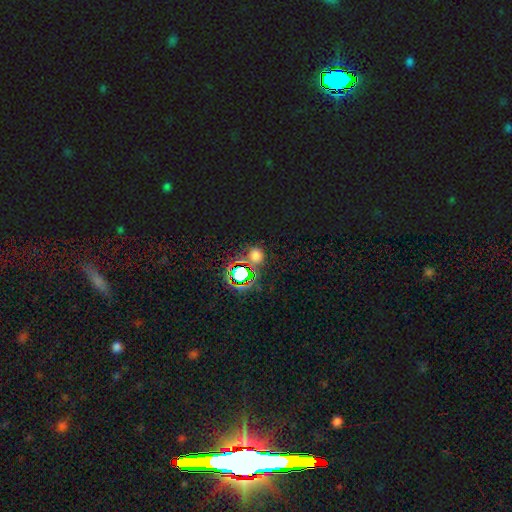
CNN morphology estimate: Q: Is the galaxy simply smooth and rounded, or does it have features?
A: smooth — 50%.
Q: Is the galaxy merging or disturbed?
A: none — 75%.